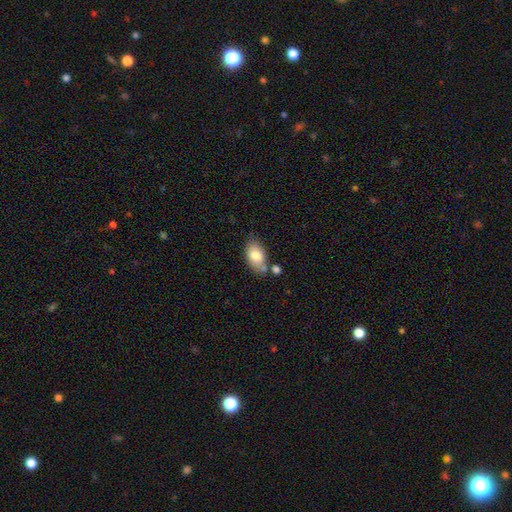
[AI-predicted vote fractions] Smooth or featured?
  - smooth: 78% *
  - featured or disk: 15%
  - star or artifact: 7%
How rounded?
  - in between: 91% *
  - round: 7%
  - cigar-shaped: 2%
Merging?
  - none: 59% *
  - minor disturbance: 19%
  - merger: 17%
  - major disturbance: 5%